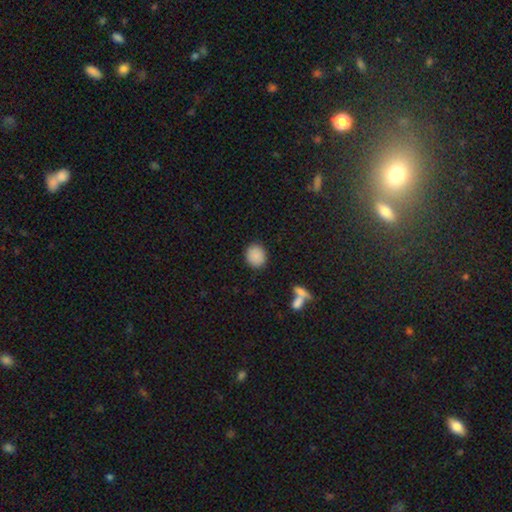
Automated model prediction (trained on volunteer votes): The model was most divided on "how rounded": round: 79%, in between: 20%, cigar-shaped: 1%. More confident: smooth or featured — smooth (88%); merging — none (88%).